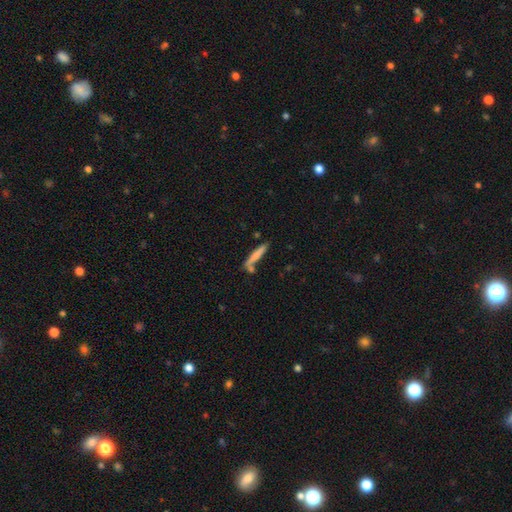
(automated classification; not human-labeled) This is likely a smooth galaxy (70%). How rounded: clearly cigar-shaped (91%). Merging: likely none (65%).